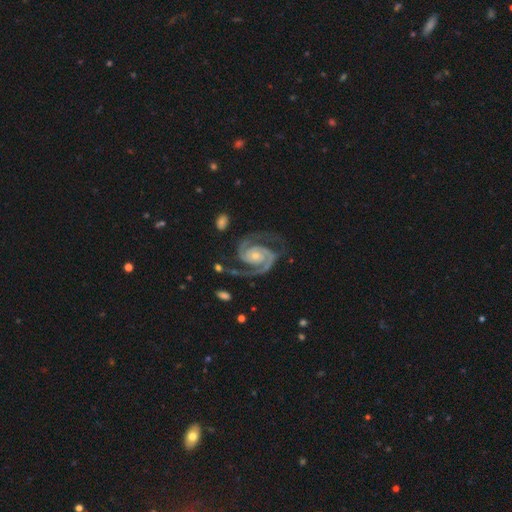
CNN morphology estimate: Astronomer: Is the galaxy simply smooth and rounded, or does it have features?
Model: featured or disk — 94%.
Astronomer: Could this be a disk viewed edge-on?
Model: no — 98%.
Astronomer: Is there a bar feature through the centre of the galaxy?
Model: no — 67%.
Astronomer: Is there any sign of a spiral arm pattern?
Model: yes — 99%.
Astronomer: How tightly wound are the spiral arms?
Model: tight — 49% (runner-up: medium, 45%).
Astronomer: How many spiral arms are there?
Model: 2 — 92%.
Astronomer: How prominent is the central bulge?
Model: small — 58% (runner-up: moderate, 36%).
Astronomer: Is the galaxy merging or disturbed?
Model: none — 76%.